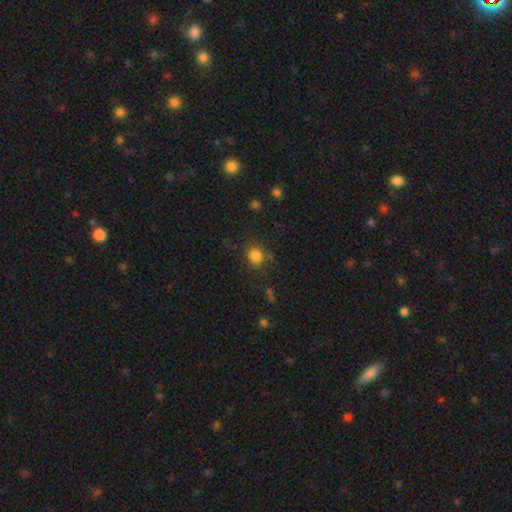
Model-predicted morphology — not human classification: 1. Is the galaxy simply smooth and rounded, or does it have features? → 82% smooth, 13% star or artifact, 5% featured or disk.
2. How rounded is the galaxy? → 82% round, 17% in between, 1% cigar-shaped.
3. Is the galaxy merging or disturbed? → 78% none, 13% minor disturbance, 5% major disturbance, 4% merger.